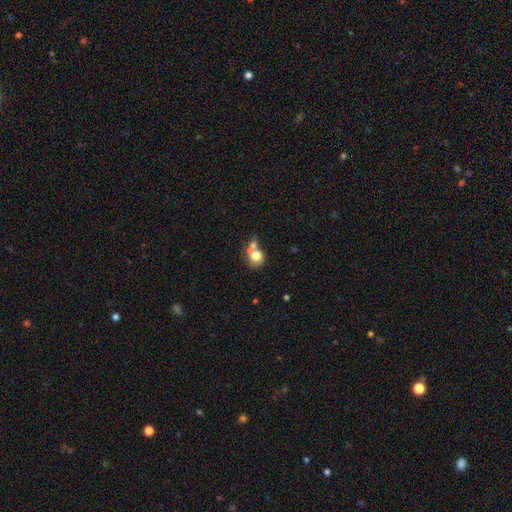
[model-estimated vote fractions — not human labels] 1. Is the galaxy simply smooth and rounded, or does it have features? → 73% smooth, 17% featured or disk, 9% star or artifact.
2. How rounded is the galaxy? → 73% round, 26% in between, 1% cigar-shaped.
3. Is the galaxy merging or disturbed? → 50% merger, 31% none, 11% minor disturbance, 8% major disturbance.